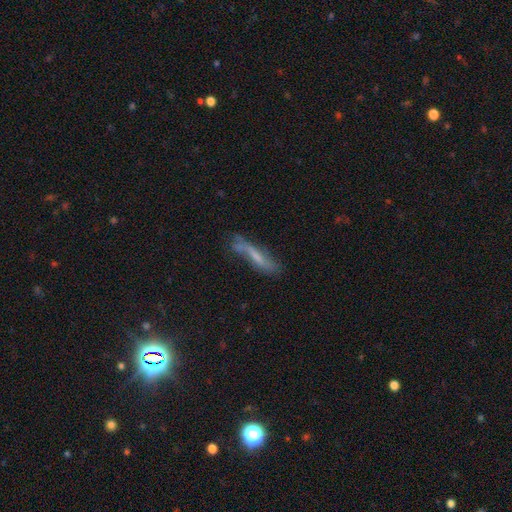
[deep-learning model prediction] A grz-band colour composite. It shows a smooth galaxy with no disk features (46%). Merging: none (53%).